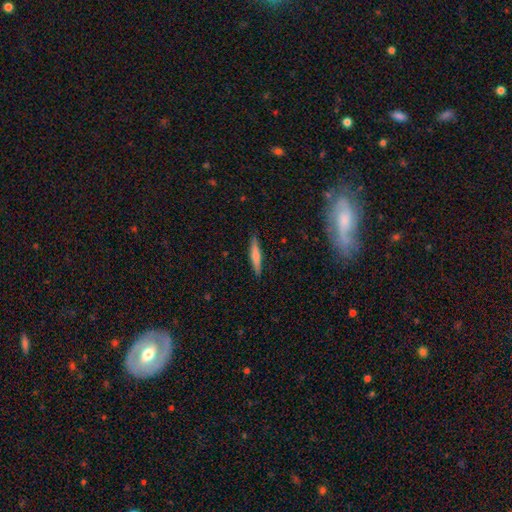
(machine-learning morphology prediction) A smooth galaxy with no disk features (59%) that is cigar-shaped (91%).

Vote fractions:
- Smooth or featured? smooth: 59% / featured or disk: 35% / star or artifact: 6%
- How rounded? cigar-shaped: 91% / in between: 8% / round: 2%
- Merging? none: 90% / minor disturbance: 7% / major disturbance: 2% / merger: 1%